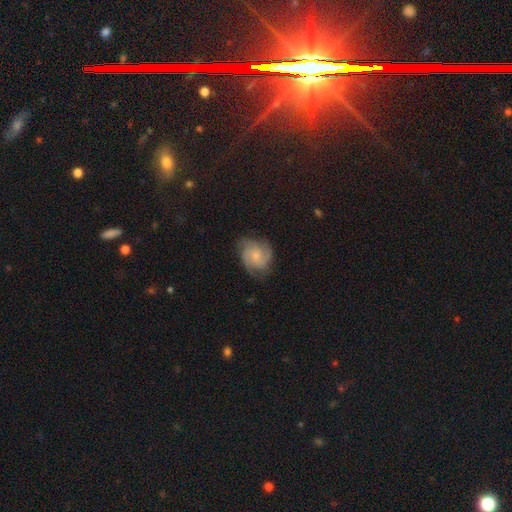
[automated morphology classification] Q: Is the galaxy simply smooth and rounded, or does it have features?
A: featured or disk — 73%.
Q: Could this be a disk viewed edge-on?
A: no — 98%.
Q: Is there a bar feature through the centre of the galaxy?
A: no — 70%.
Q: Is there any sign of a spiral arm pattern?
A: yes — 96%.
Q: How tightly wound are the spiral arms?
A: medium — 46%.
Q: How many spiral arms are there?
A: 3 — 46%.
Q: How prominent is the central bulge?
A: small — 57%.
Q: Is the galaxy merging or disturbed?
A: none — 72%.